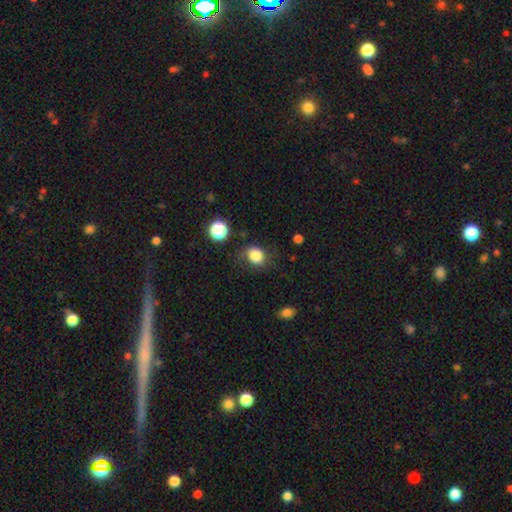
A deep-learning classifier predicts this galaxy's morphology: type=smooth (83%); roundness=round (65%); merging=none (70%).